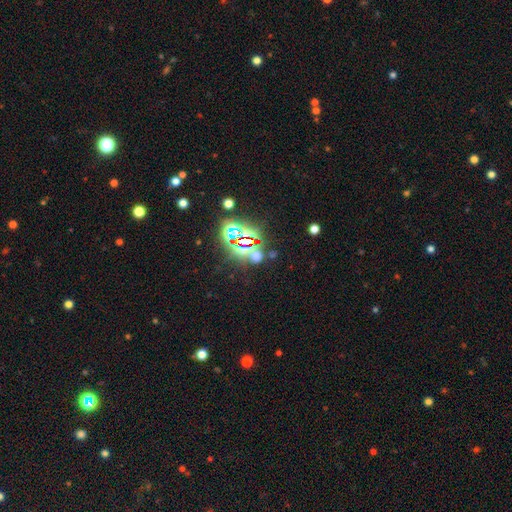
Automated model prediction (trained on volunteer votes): The model was most divided on "smooth or featured": star or artifact: 63%, smooth: 29%, featured or disk: 8%.